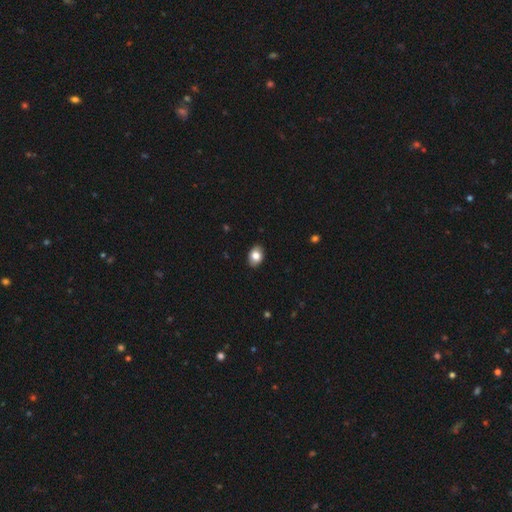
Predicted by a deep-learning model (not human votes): smooth_or_featured: smooth (p=0.80) [alt: featured or disk p=0.12]
how_rounded: in between (p=0.81) [alt: round p=0.17]
merging: none (p=0.88) [alt: minor disturbance p=0.09]